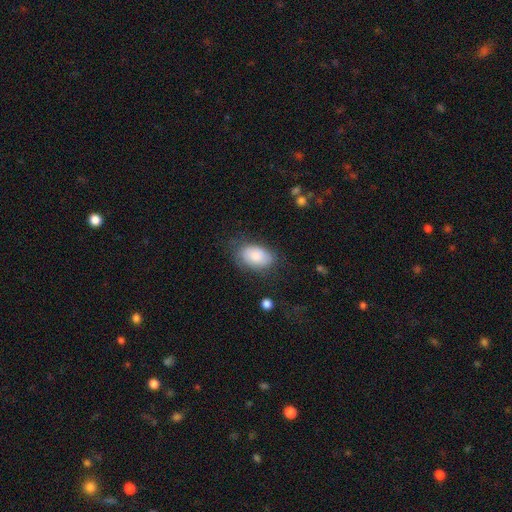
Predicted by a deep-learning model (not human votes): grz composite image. It shows a smooth galaxy with no disk features (79%) that is in between round and cigar-shaped (91%). Merging: none (66%).